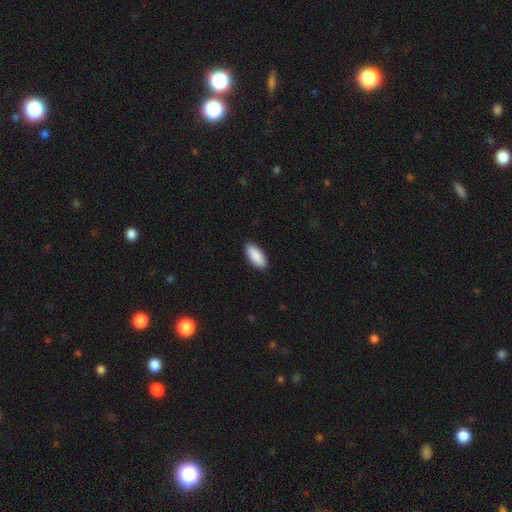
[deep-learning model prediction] This is clearly a smooth galaxy (90%). How rounded: clearly in between (87%). Merging: clearly none (91%).